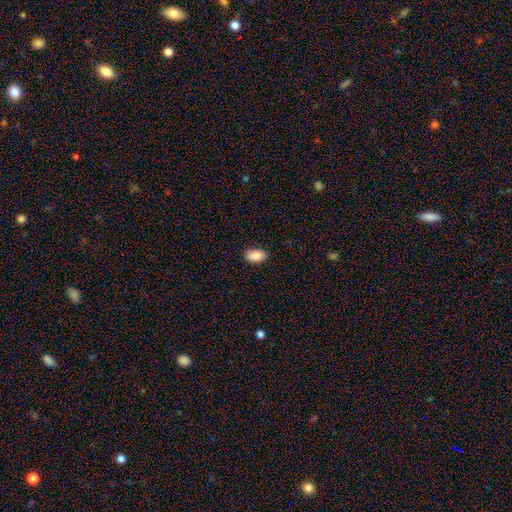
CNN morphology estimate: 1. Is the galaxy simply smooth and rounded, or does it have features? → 89% smooth, 7% star or artifact, 4% featured or disk.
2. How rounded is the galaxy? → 93% in between, 4% round, 2% cigar-shaped.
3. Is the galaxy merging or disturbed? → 86% none, 11% minor disturbance, 2% major disturbance, 1% merger.